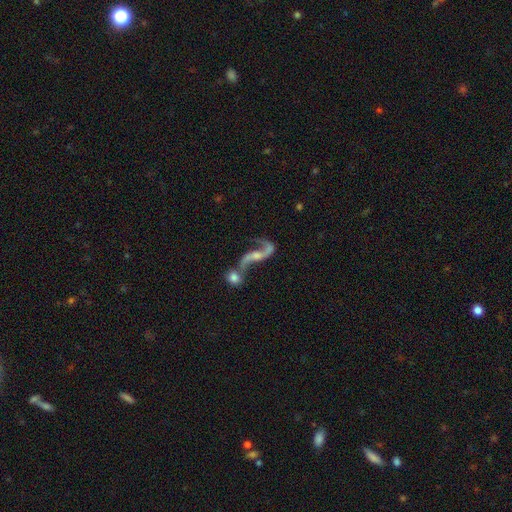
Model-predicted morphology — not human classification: A featured or disk galaxy (82%) with no bar (47%), 2 (85%) loose (87%) spiral arms (90%) and a small central bulge (45%).

Vote fractions:
- Smooth or featured? featured or disk: 82% / smooth: 10% / star or artifact: 8%
- Edge-on disk? no: 93% / yes: 7%
- Bar? no: 47% / weak: 35% / strong: 18%
- Spiral arms? yes: 90% / no: 10%
- Spiral winding? loose: 87% / medium: 11% / tight: 3%
- Spiral arm count? 2: 85% / 1: 10% / can't tell: 3% / 3: 1% / 4: 1% / more than 4: 1%
- Bulge size? small: 45% / moderate: 33% / none: 16% / large: 4% / dominant: 2%
- Merging? merger: 45% / none: 30% / major disturbance: 14% / minor disturbance: 11%